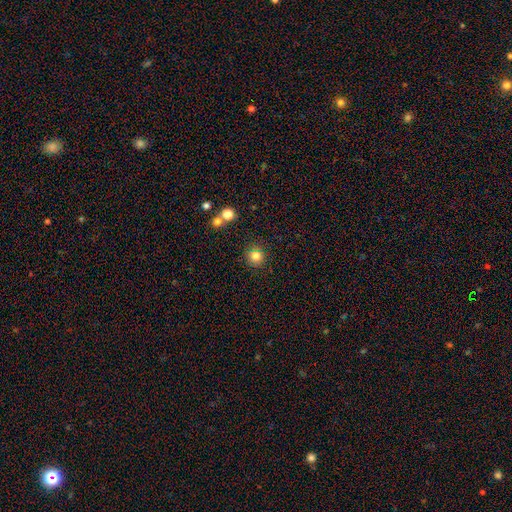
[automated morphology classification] The model was most divided on "smooth or featured": smooth: 82%, star or artifact: 12%, featured or disk: 6%. More confident: how rounded — round (91%); merging — none (86%).